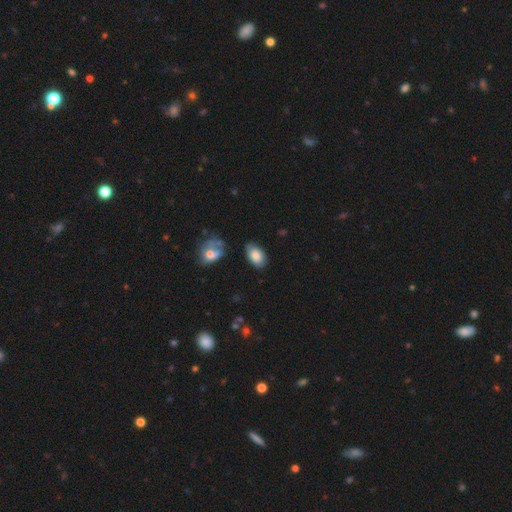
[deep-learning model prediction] This appears to be a smooth galaxy with no disk features (81%) that is in between round and cigar-shaped (92%). Merging: none (77%).